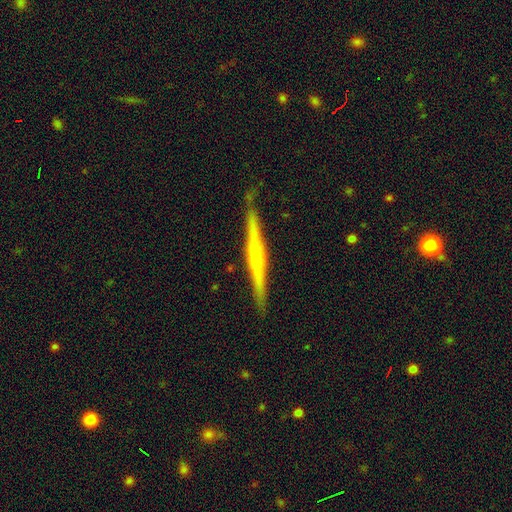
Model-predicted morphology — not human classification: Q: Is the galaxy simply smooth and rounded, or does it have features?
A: featured or disk — 67%.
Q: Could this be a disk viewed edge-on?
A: yes — 98%.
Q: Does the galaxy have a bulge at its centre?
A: none — 44%.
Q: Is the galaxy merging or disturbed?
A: none — 88%.